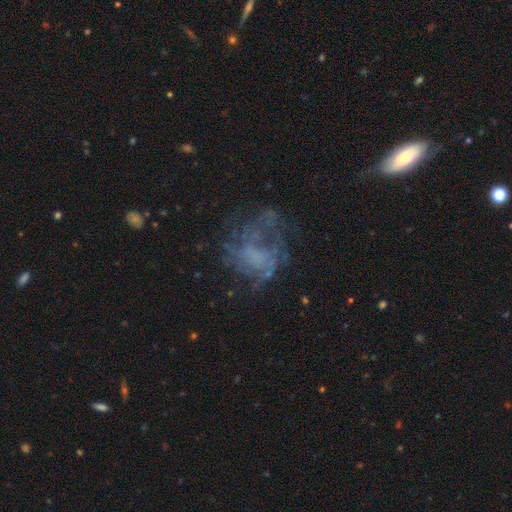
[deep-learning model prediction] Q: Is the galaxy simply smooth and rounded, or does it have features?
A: featured or disk — 61%.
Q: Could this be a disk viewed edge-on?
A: no — 98%.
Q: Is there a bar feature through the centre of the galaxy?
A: no — 81%.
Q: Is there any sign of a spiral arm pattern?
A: no — 56%.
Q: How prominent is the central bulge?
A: none — 63%.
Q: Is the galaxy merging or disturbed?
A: none — 48%.